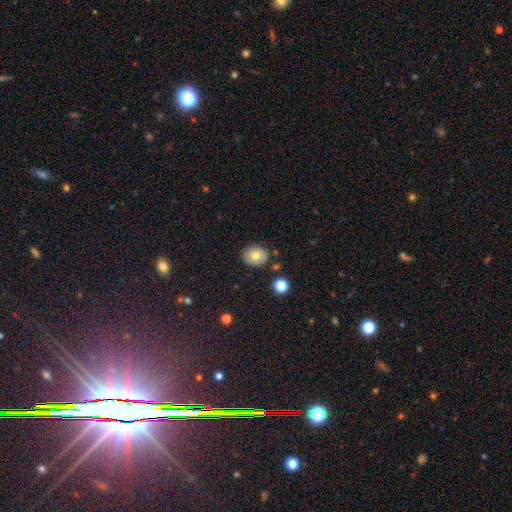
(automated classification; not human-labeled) Q: Smooth or featured?
A: smooth (73%); runner-up: featured or disk (18%)
Q: How rounded?
A: round (57%); runner-up: in between (42%)
Q: Merging?
A: none (83%); runner-up: minor disturbance (11%)